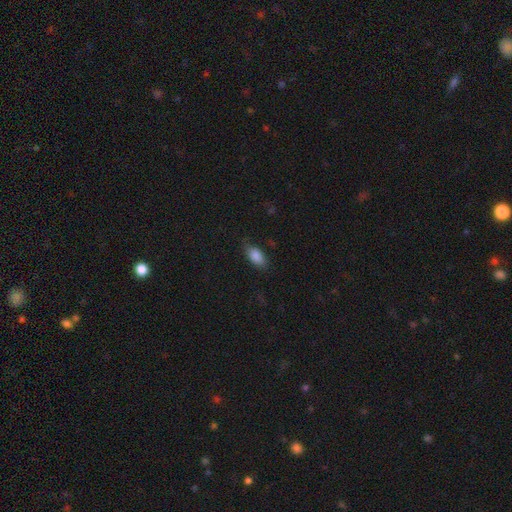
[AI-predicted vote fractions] A smooth galaxy with no disk features (85%) that is in between round and cigar-shaped (91%). Merging: none (74%).